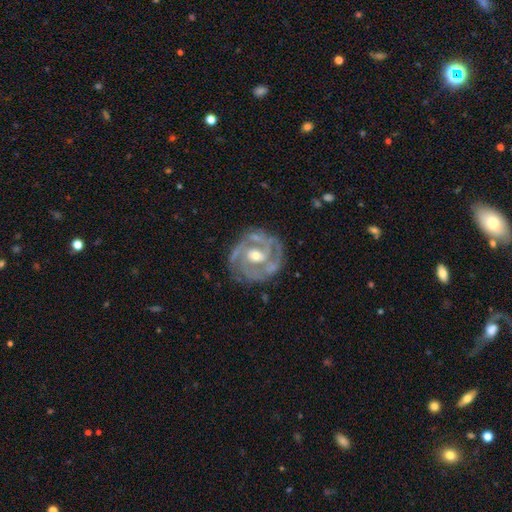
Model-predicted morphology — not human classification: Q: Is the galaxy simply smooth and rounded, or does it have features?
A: featured or disk — 87%.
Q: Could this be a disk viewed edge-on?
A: no — 97%.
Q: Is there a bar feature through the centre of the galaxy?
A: no — 50%.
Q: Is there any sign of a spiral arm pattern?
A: yes — 93%.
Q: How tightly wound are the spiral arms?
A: tight — 60%.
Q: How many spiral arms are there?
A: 3 — 32%.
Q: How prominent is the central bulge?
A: moderate — 60%.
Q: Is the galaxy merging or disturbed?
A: none — 74%.